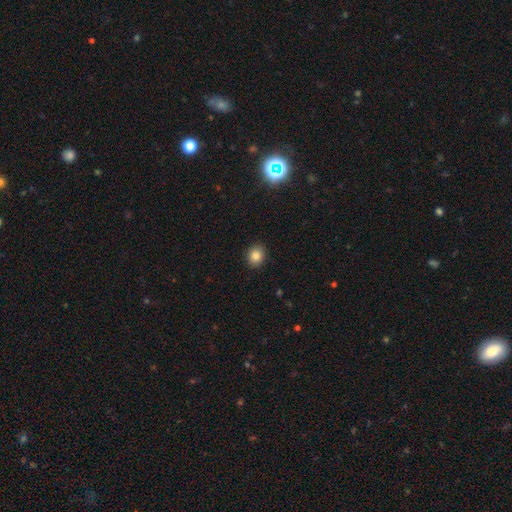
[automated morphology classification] Q: Smooth or featured?
A: smooth (85%); runner-up: star or artifact (10%)
Q: How rounded?
A: round (63%); runner-up: in between (36%)
Q: Merging?
A: none (90%); runner-up: minor disturbance (7%)